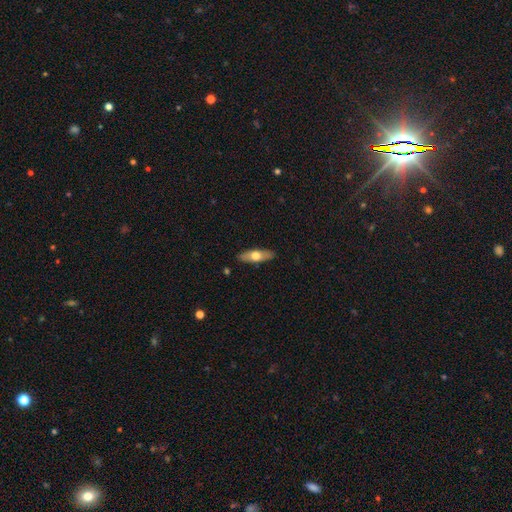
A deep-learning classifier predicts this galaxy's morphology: The model was most divided on "how rounded": in between: 52%, cigar-shaped: 45%, round: 3%. More confident: merging — none (89%); smooth or featured — smooth (55%).